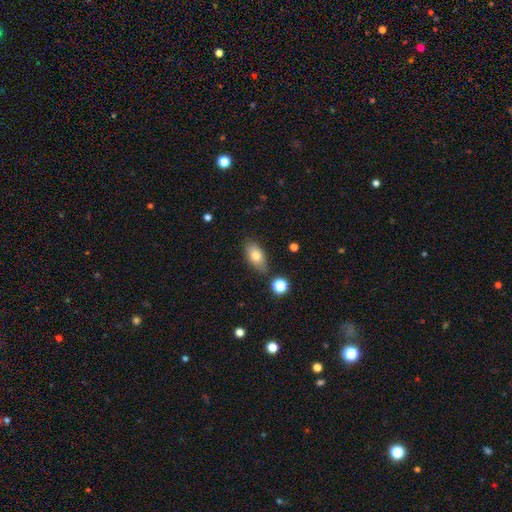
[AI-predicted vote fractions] smooth_or_featured: smooth (p=0.76) [alt: featured or disk p=0.15]
how_rounded: in between (p=0.88) [alt: round p=0.06]
merging: none (p=0.80) [alt: minor disturbance p=0.13]